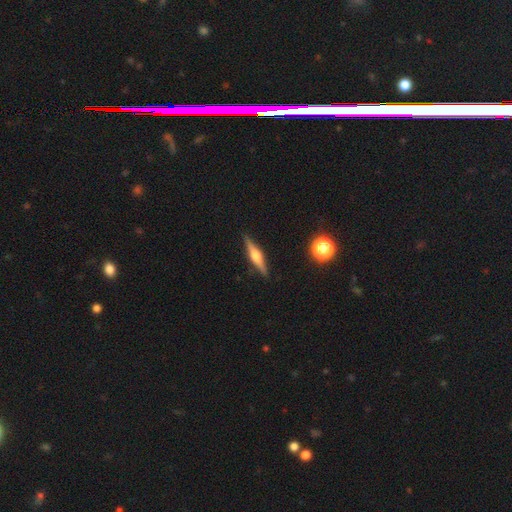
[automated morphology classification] A featured or disk galaxy (71%) viewed edge-on (98%) with a rounded central bulge (89%). Merging: none (91%).